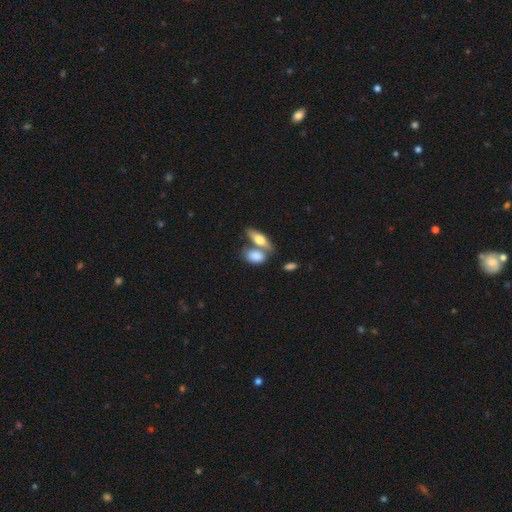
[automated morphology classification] A smooth galaxy with no disk features (77%) that is in between round and cigar-shaped (85%).

Vote fractions:
- Smooth or featured? smooth: 77% / featured or disk: 16% / star or artifact: 6%
- How rounded? in between: 85% / round: 9% / cigar-shaped: 7%
- Merging? merger: 47% / none: 37% / minor disturbance: 11% / major disturbance: 4%